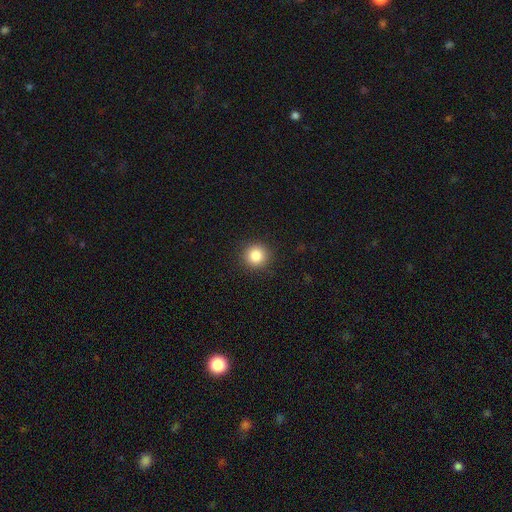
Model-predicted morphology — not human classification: A smooth galaxy with no disk features (85%) that is round (94%). Merging: none (92%).